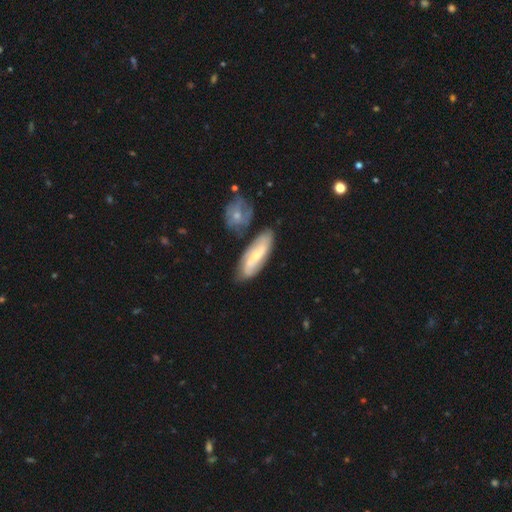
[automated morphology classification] smooth_or_featured: featured or disk (p=0.58) [alt: smooth p=0.36]
disk_edge_on: no (p=0.82) [alt: yes p=0.18]
merging: none (p=0.71) [alt: minor disturbance p=0.15]